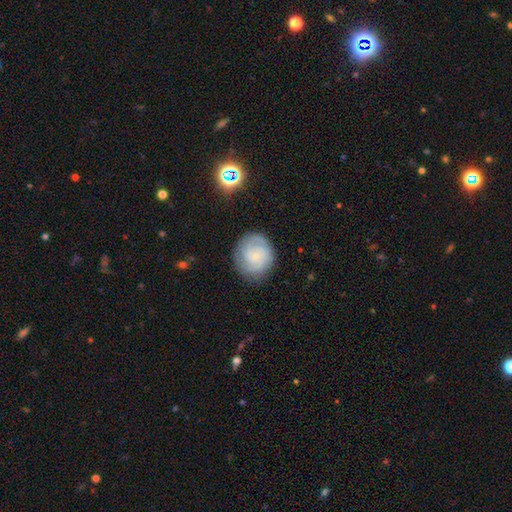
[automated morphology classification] Q: Smooth or featured?
A: featured or disk (53%); runner-up: smooth (38%)
Q: Edge-on disk?
A: no (98%); runner-up: yes (2%)
Q: Bar?
A: no (68%); runner-up: weak (27%)
Q: Spiral arms?
A: yes (89%); runner-up: no (11%)
Q: Bulge size?
A: small (63%); runner-up: none (24%)
Q: Merging?
A: none (77%); runner-up: minor disturbance (15%)